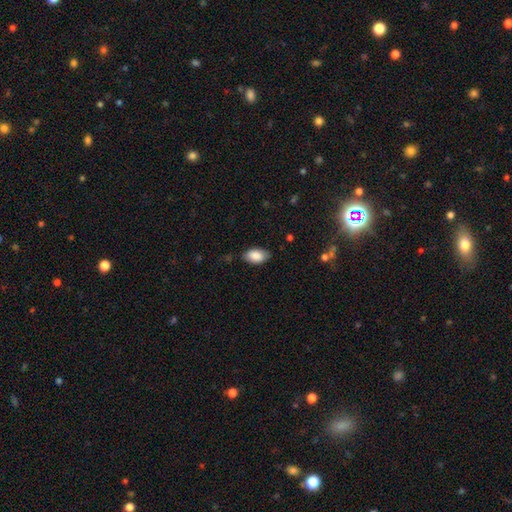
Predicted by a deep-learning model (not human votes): The model was most divided on "merging": none: 78%, minor disturbance: 17%, major disturbance: 3%, merger: 1%. More confident: how rounded — in between (94%); smooth or featured — smooth (85%).